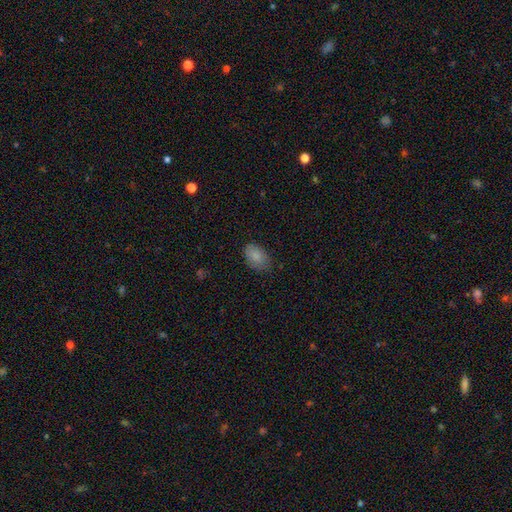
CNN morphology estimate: Overall: smooth (86%). How rounded: in between (89%). Merging: none (73%).